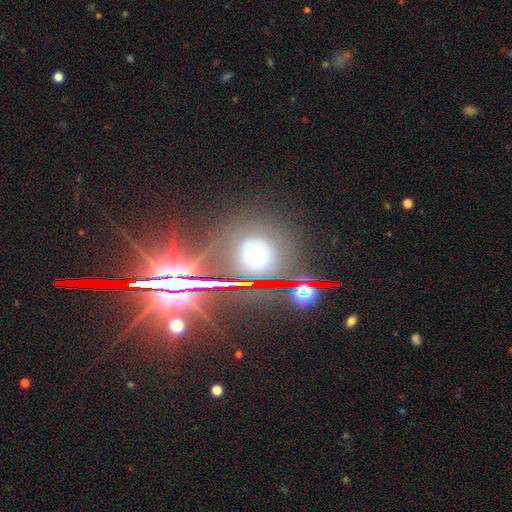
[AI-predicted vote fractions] The model was most divided on "smooth or featured": star or artifact: 42%, smooth: 34%, featured or disk: 24%.